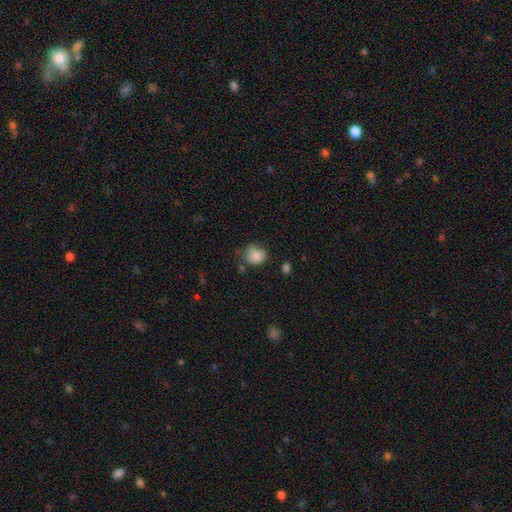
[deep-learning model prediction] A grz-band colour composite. It shows a smooth galaxy with no disk features (80%) that is round (68%). Merging: none (51%).